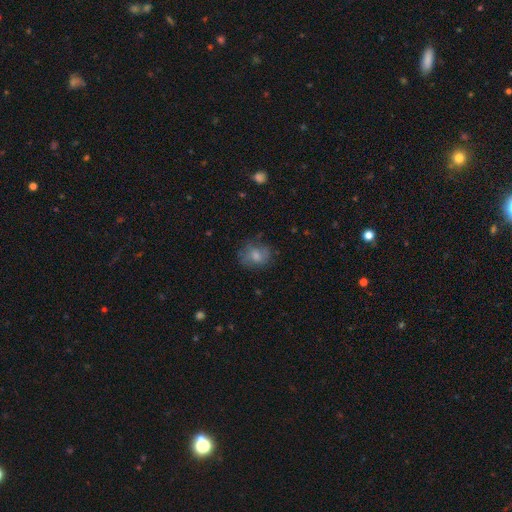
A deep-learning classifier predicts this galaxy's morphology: type=smooth (68%); roundness=round (61%); merging=none (67%).